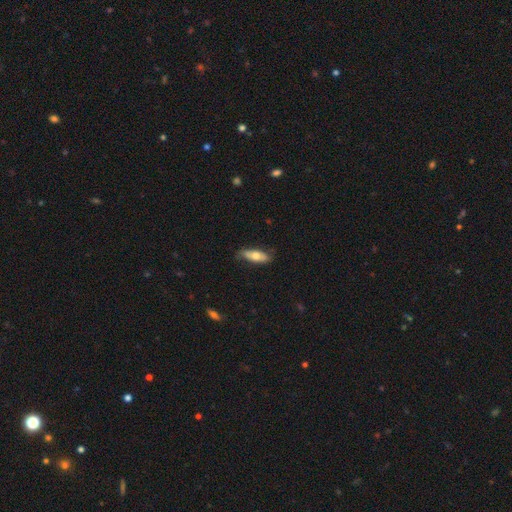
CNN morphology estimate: The model was most divided on "how rounded": in between: 62%, cigar-shaped: 36%, round: 2%. More confident: merging — none (75%); smooth or featured — smooth (63%).